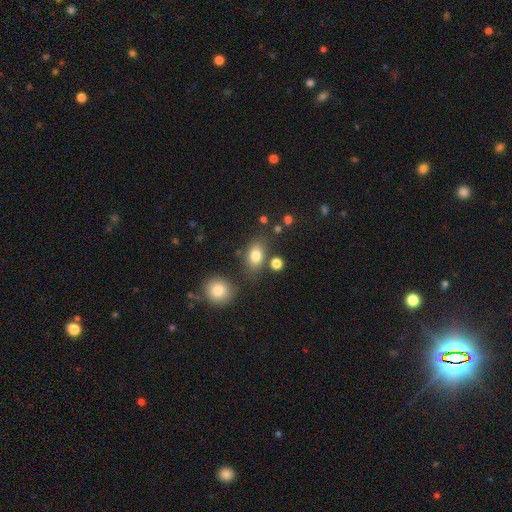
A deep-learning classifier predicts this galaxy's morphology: Smooth or featured: smooth — 79% (star or artifact — 11%)
How rounded: in between — 77% (round — 20%)
Merging: none — 73% (minor disturbance — 13%)